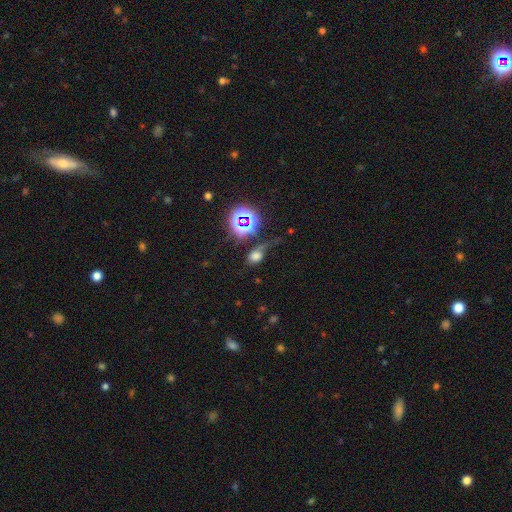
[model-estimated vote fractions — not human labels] smooth 55%, star or artifact 28%, featured or disk 17%. Down the decision tree: how rounded — in between (60%); merging — none (37%).